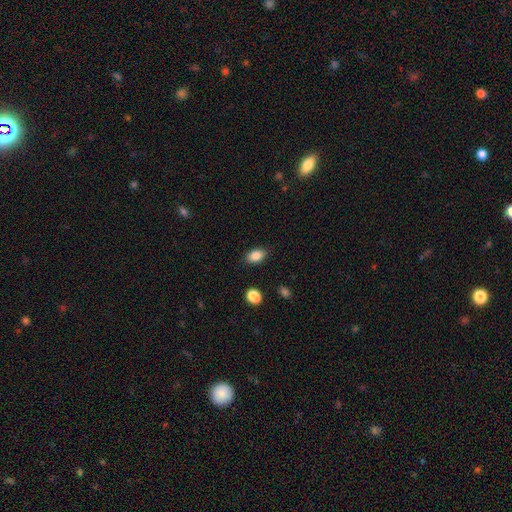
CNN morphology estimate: Smooth or featured: smooth — 87% (star or artifact — 8%)
How rounded: in between — 88% (round — 11%)
Merging: none — 86% (minor disturbance — 10%)